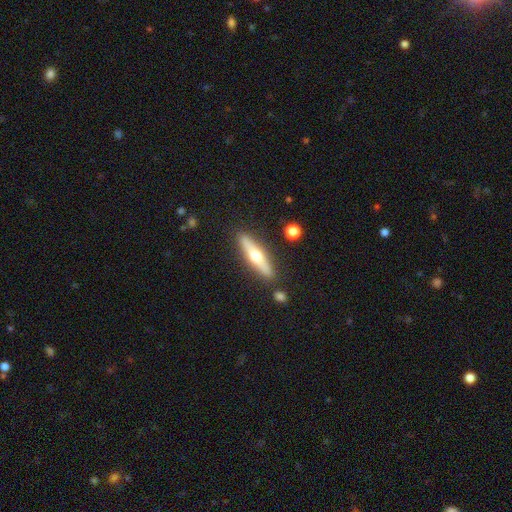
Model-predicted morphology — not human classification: This is possibly a featured or disk galaxy (54%). It is clearly viewed edge-on (91%). Merging: clearly none (86%).